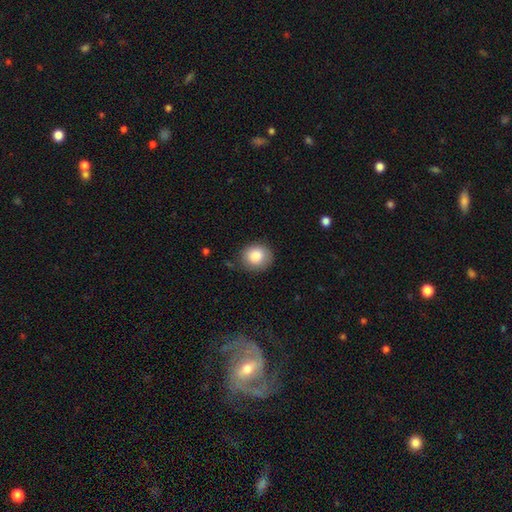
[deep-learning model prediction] A smooth galaxy with no disk features (85%) that is round (78%).

Vote fractions:
- Smooth or featured? smooth: 85% / star or artifact: 8% / featured or disk: 7%
- How rounded? round: 78% / in between: 21% / cigar-shaped: 1%
- Merging? none: 81% / minor disturbance: 14% / major disturbance: 3% / merger: 2%